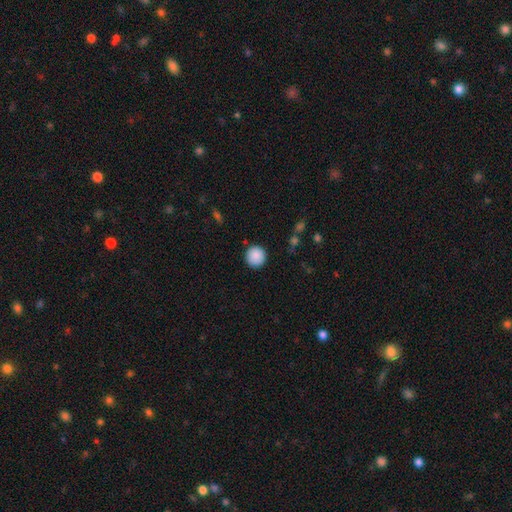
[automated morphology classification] smooth 89%, star or artifact 8%, featured or disk 3%. Down the decision tree: how rounded — round (95%); merging — none (90%).